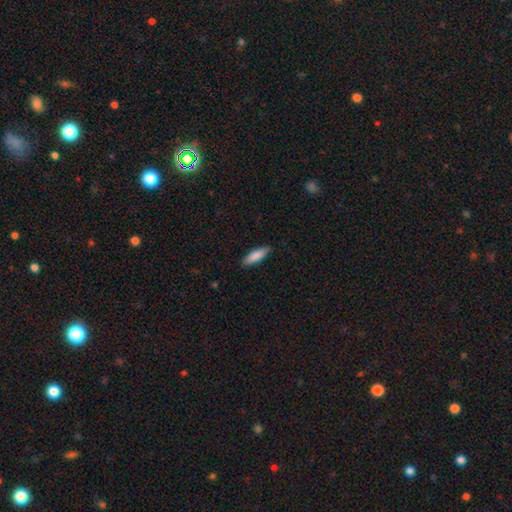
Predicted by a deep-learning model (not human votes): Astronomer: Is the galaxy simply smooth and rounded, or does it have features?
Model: smooth — 85%.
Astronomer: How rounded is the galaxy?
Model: in between — 50% (runner-up: cigar-shaped, 48%).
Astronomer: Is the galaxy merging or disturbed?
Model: none — 87%.